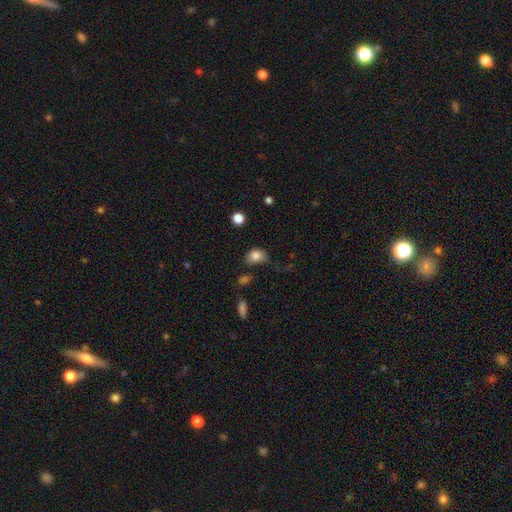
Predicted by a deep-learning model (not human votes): The model was most divided on "merging": none: 46%, minor disturbance: 34%, major disturbance: 16%, merger: 4%. More confident: smooth or featured — smooth (82%); how rounded — in between (65%).